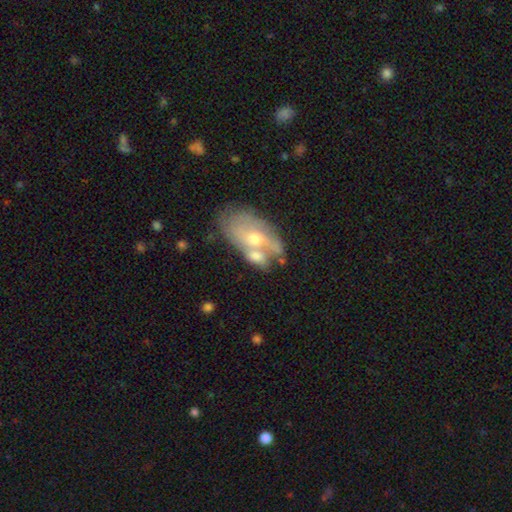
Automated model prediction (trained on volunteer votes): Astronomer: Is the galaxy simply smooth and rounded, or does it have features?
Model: featured or disk — 54% (runner-up: smooth, 39%).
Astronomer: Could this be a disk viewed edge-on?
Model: no — 90%.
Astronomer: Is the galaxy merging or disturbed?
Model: merger — 50% (runner-up: none, 28%).